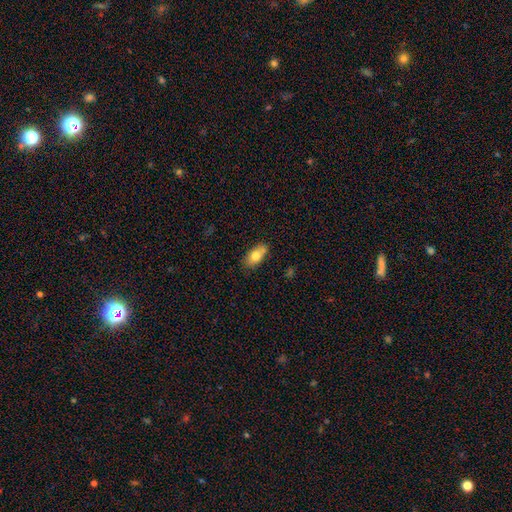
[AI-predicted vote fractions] Smooth or featured? smooth (74%)
How rounded? in between (88%)
Merging? none (69%)